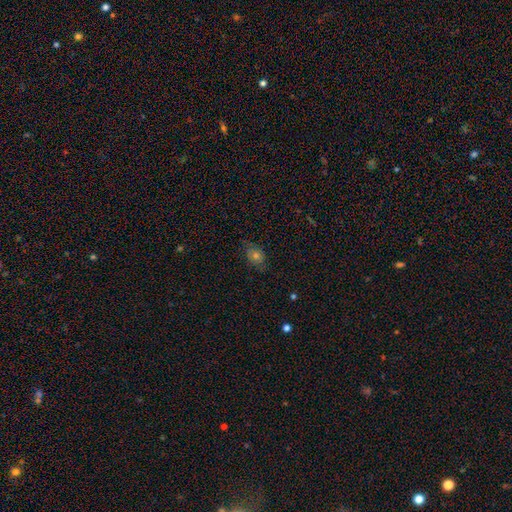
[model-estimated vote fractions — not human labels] This is possibly a smooth galaxy (52%). How rounded: likely in between (60%). Merging: likely none (73%).